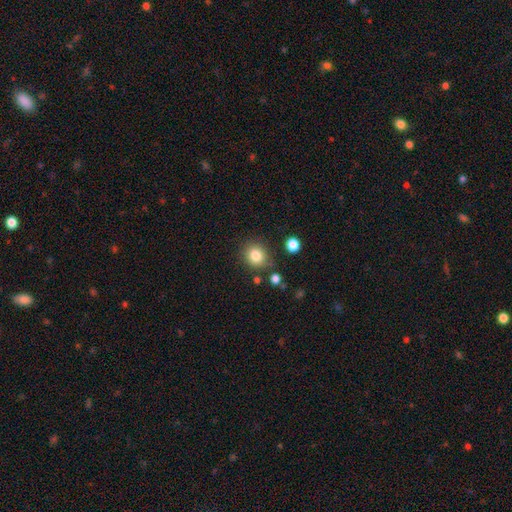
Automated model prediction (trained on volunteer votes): smooth-or-featured: smooth: 83% | star or artifact: 11% | featured or disk: 6%
  how-rounded: round: 82% | in between: 17% | cigar-shaped: 1%
  merging: none: 80% | minor disturbance: 11% | merger: 5% | major disturbance: 4%